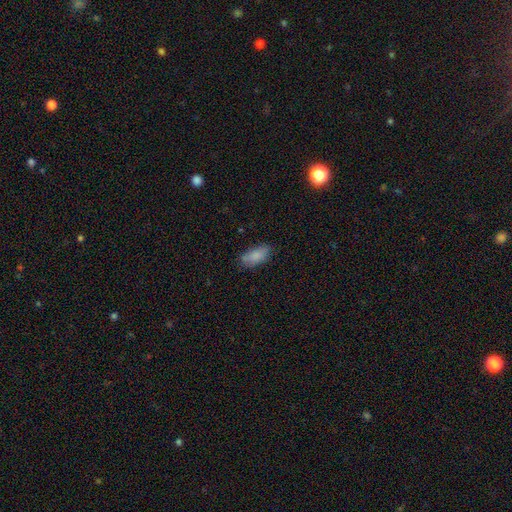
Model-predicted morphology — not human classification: Smooth or featured? Predicted: smooth (p=0.85). How rounded? Predicted: in between (p=0.88). Merging? Predicted: none (p=0.76).